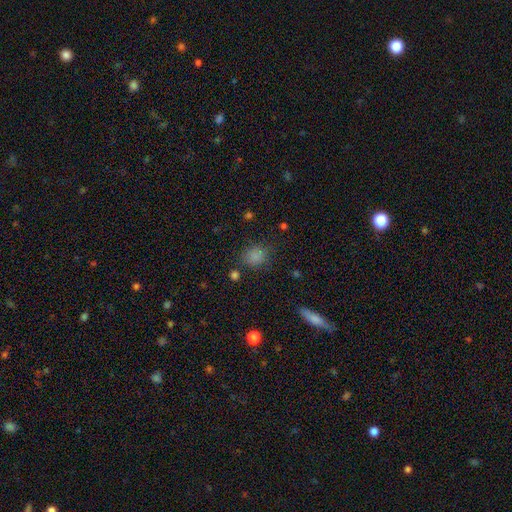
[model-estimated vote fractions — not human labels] smooth-or-featured: smooth: 80% | star or artifact: 14% | featured or disk: 6%
  how-rounded: round: 62% | in between: 37% | cigar-shaped: 1%
  merging: none: 74% | minor disturbance: 16% | major disturbance: 6% | merger: 4%